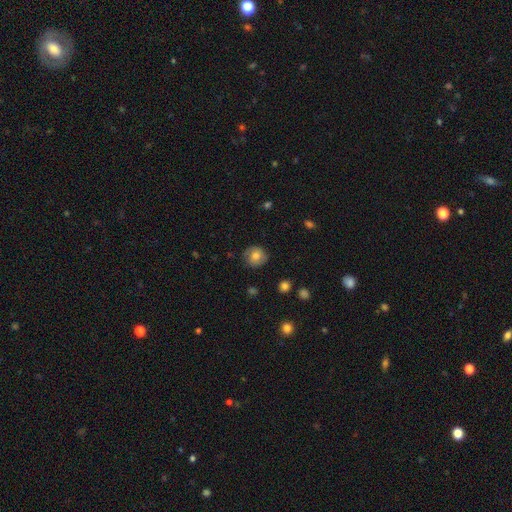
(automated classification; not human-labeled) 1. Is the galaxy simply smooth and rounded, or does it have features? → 71% smooth, 20% featured or disk, 9% star or artifact.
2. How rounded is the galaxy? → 87% round, 12% in between, 1% cigar-shaped.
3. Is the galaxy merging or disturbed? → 81% none, 14% minor disturbance, 4% major disturbance, 1% merger.